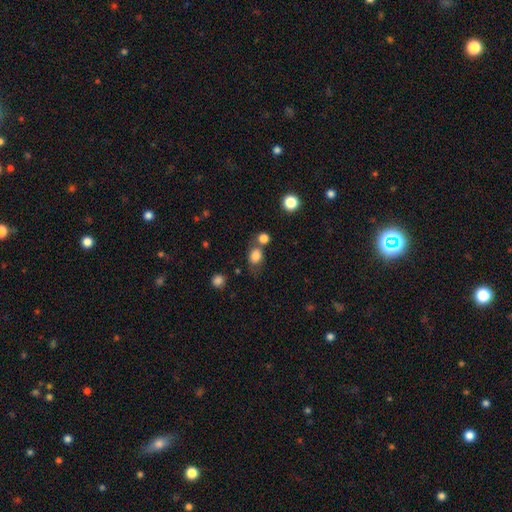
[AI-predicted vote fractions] Overall: smooth (82%). How rounded: round (56%; in between 43%). Merging: none (56%; merger 24%).